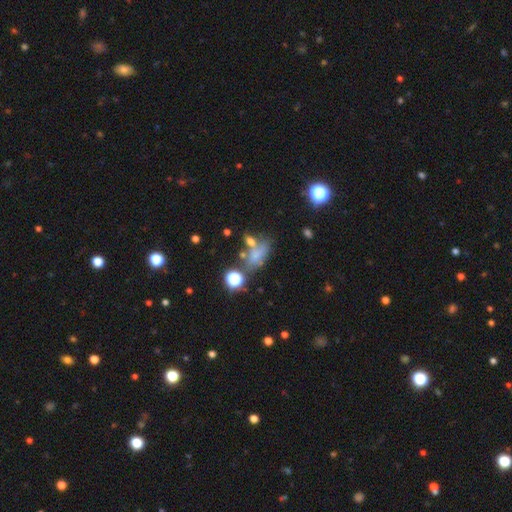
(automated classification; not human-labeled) Smooth or featured?
  - smooth: 56% *
  - featured or disk: 23%
  - star or artifact: 22%
How rounded?
  - in between: 73% *
  - round: 17%
  - cigar-shaped: 10%
Merging?
  - none: 35% *
  - merger: 25%
  - minor disturbance: 20%
  - major disturbance: 19%